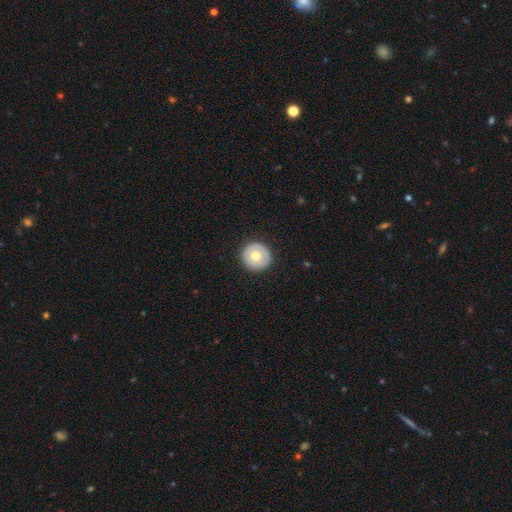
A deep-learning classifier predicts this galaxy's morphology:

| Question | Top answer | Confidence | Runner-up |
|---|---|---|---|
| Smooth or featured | smooth | 65% | featured or disk (29%) |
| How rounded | round | 95% | in between (4%) |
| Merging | none | 90% | minor disturbance (7%) |